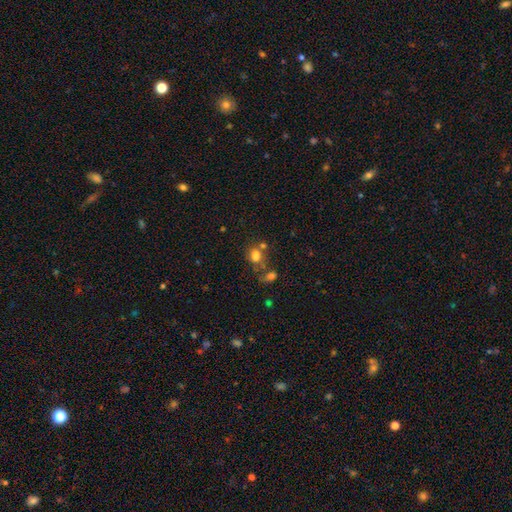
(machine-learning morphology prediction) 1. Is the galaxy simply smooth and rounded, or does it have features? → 72% smooth, 15% star or artifact, 12% featured or disk.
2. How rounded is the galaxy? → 50% round, 49% in between, 1% cigar-shaped.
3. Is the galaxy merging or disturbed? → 40% none, 37% merger, 13% minor disturbance, 10% major disturbance.